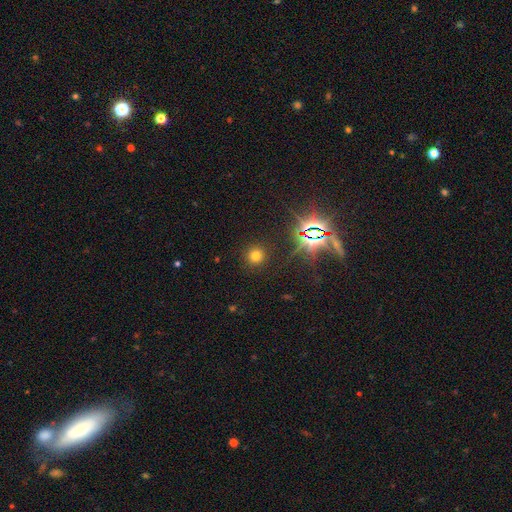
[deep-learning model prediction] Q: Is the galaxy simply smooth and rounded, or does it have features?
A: smooth — 67%.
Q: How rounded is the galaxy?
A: round — 93%.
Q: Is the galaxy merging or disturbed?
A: none — 90%.